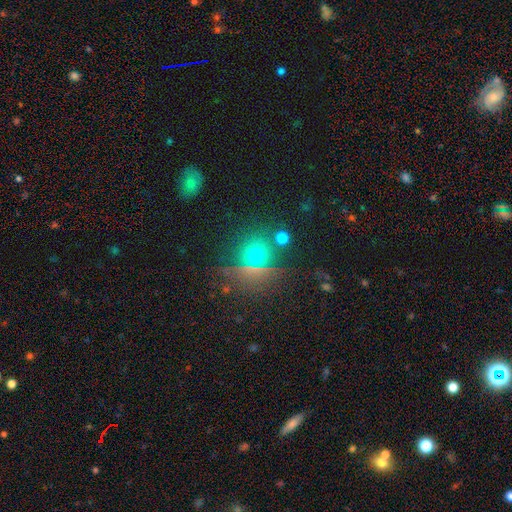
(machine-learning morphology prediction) Smooth or featured?
  - smooth: 60% *
  - star or artifact: 29%
  - featured or disk: 11%
How rounded?
  - round: 88% *
  - in between: 11%
  - cigar-shaped: 2%
Merging?
  - none: 77% *
  - minor disturbance: 10%
  - merger: 8%
  - major disturbance: 5%